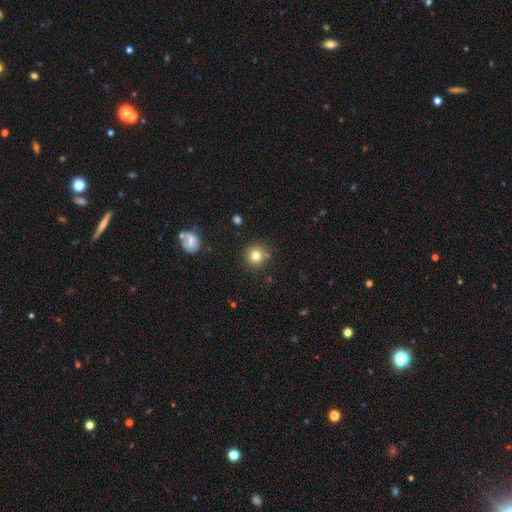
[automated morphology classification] Smooth or featured?
  - smooth: 79% *
  - star or artifact: 13%
  - featured or disk: 8%
How rounded?
  - round: 93% *
  - in between: 6%
  - cigar-shaped: 1%
Merging?
  - none: 84% *
  - minor disturbance: 10%
  - merger: 3%
  - major disturbance: 3%